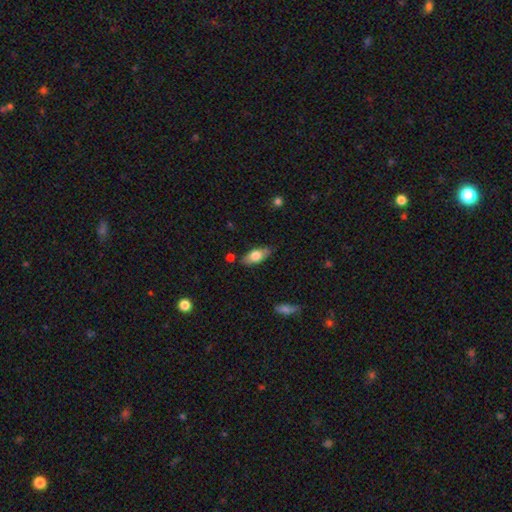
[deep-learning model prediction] Morphology: type=smooth (67%); roundness=in between (84%); merging=none (80%).